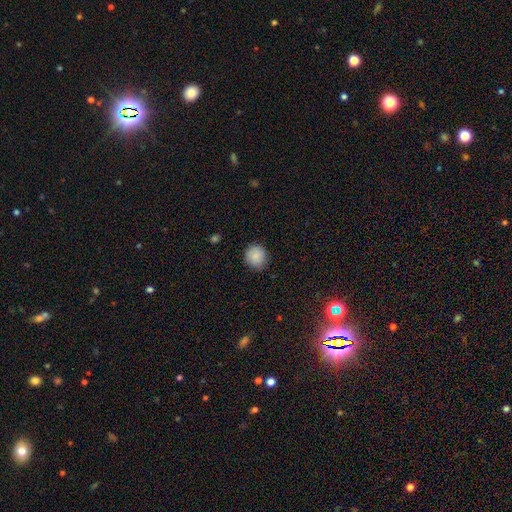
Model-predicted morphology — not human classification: Smooth or featured: smooth — 87% (star or artifact — 8%)
How rounded: round — 88% (in between — 11%)
Merging: none — 86% (minor disturbance — 11%)